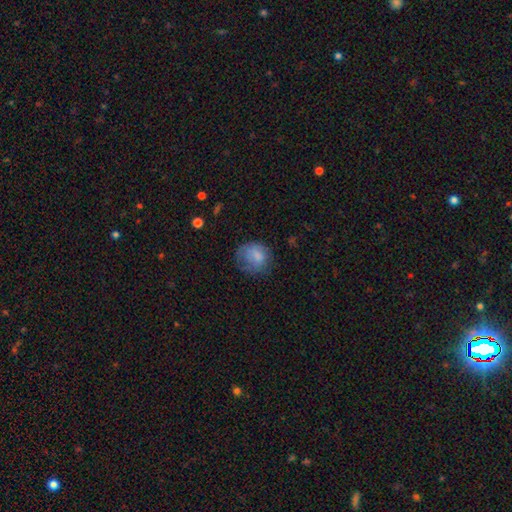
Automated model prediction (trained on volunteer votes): Smooth or featured? Predicted: smooth (p=0.73). How rounded? Predicted: round (p=0.71). Merging? Predicted: none (p=0.49).